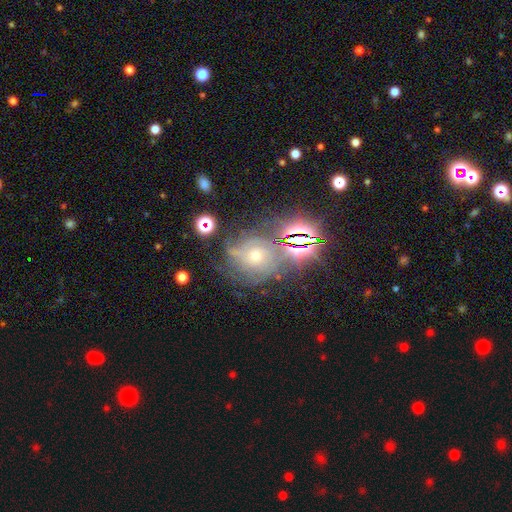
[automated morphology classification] Q: Smooth or featured?
A: featured or disk (48%); runner-up: star or artifact (36%)
Q: Merging?
A: none (60%); runner-up: minor disturbance (19%)